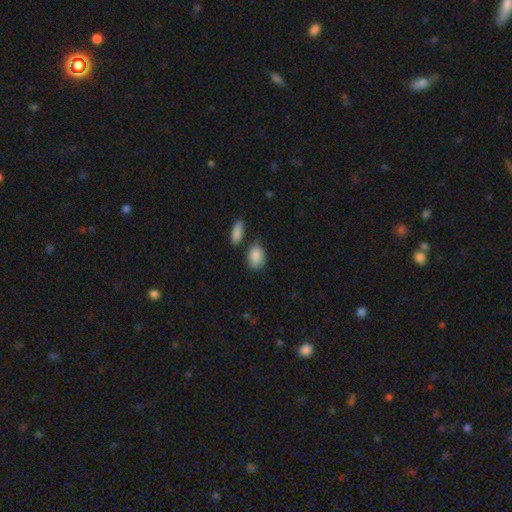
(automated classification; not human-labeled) Morphology: type=smooth (88%); roundness=in between (81%); merging=none (69%).